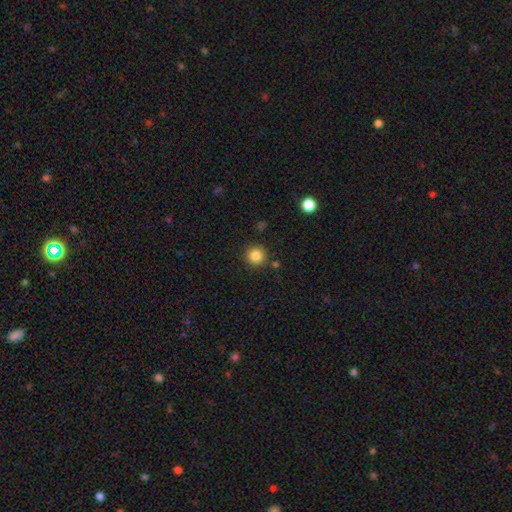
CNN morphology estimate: A smooth galaxy with no disk features (84%) that is round (94%). Merging: none (88%).